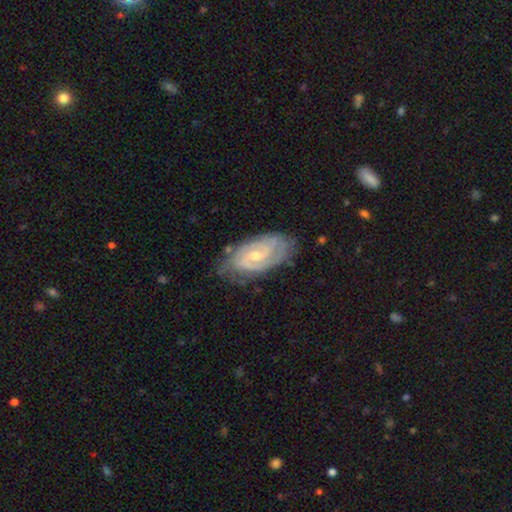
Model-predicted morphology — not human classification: A featured or disk galaxy (85%) with a weak bar (51%), 2 (68%) tight (64%) spiral arms (96%) and a small central bulge (59%). Merging: none (73%).